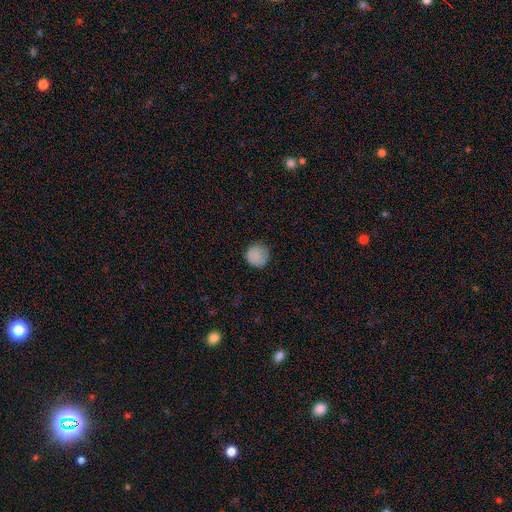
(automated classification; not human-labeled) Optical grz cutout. It shows a smooth galaxy with no disk features (84%) that is round (93%). Merging: none (82%).